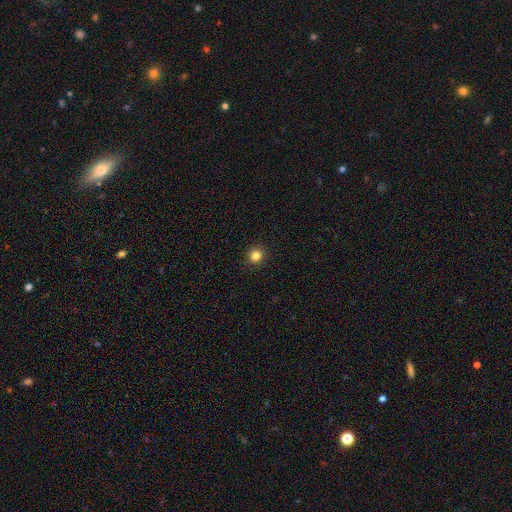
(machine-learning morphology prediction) smooth 83%, star or artifact 12%, featured or disk 4%. Down the decision tree: how rounded — round (92%); merging — none (92%).